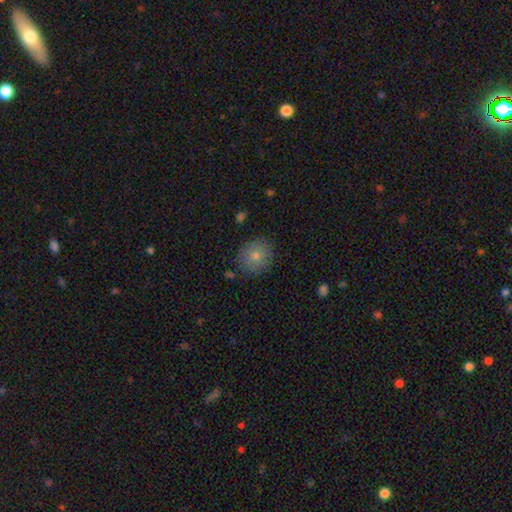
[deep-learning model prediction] Q: Smooth or featured?
A: smooth (75%); runner-up: featured or disk (13%)
Q: How rounded?
A: round (84%); runner-up: in between (15%)
Q: Merging?
A: none (86%); runner-up: minor disturbance (10%)